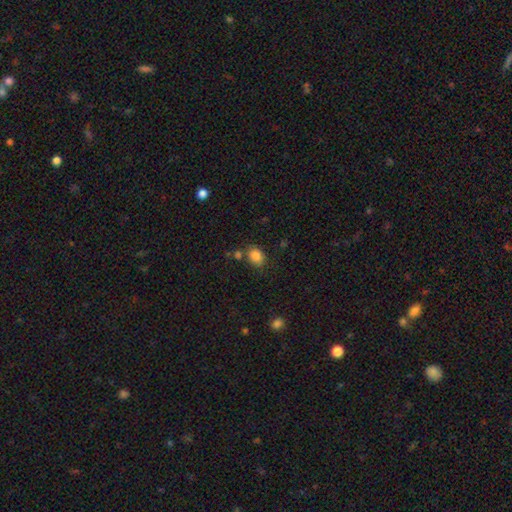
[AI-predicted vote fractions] smooth-or-featured: smooth: 84% | star or artifact: 10% | featured or disk: 6%
  how-rounded: in between: 63% | round: 36% | cigar-shaped: 1%
  merging: none: 69% | minor disturbance: 15% | merger: 11% | major disturbance: 5%